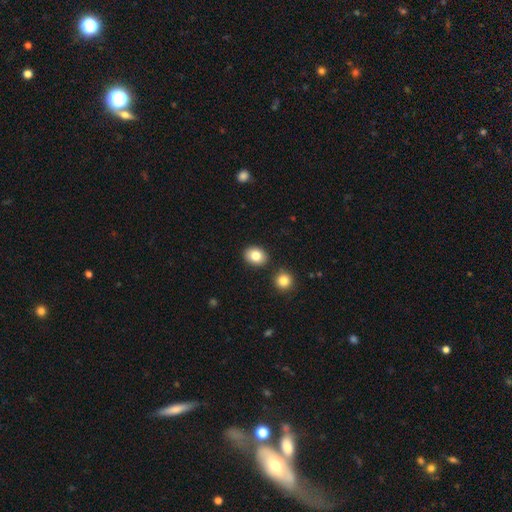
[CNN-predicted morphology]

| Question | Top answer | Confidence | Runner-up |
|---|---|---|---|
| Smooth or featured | smooth | 84% | star or artifact (9%) |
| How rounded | in between | 52% | round (47%) |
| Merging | none | 85% | minor disturbance (7%) |